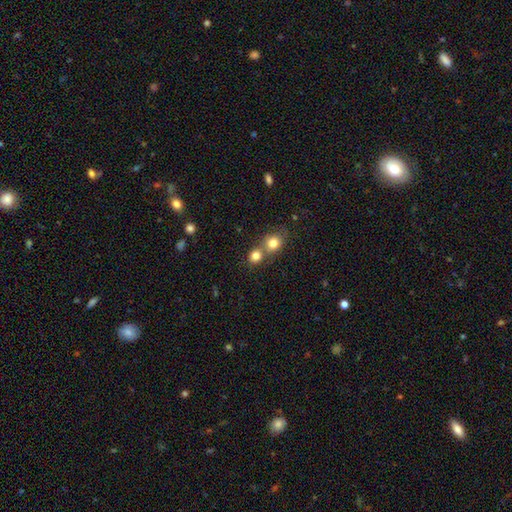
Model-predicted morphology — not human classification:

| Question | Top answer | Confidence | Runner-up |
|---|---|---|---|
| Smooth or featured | smooth | 80% | star or artifact (12%) |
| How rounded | round | 77% | in between (22%) |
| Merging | merger | 49% | none (43%) |